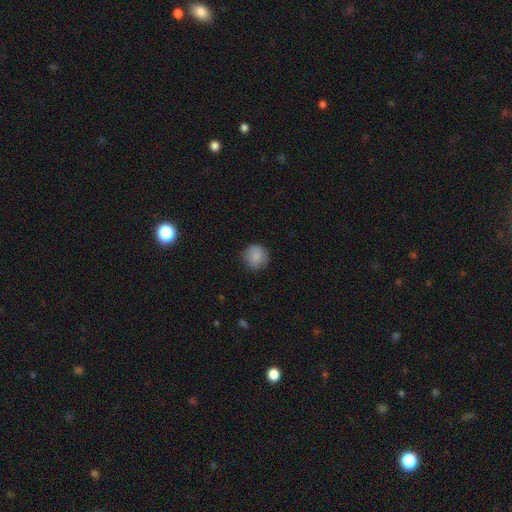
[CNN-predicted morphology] Q: Smooth or featured?
A: smooth (86%); runner-up: star or artifact (8%)
Q: How rounded?
A: round (92%); runner-up: in between (7%)
Q: Merging?
A: none (87%); runner-up: minor disturbance (10%)